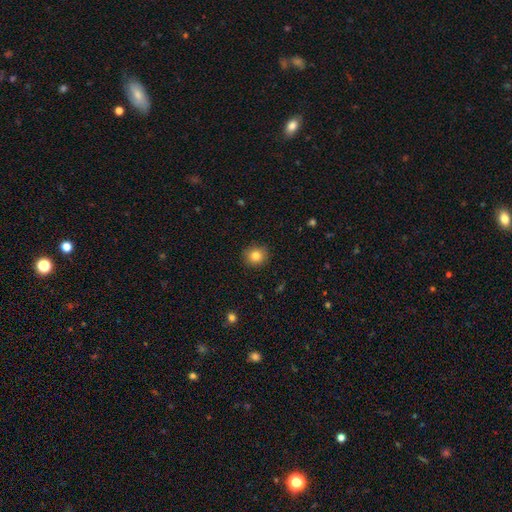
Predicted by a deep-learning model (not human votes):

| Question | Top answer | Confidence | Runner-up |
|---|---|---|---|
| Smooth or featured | smooth | 83% | star or artifact (10%) |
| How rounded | round | 86% | in between (13%) |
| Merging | none | 90% | minor disturbance (7%) |